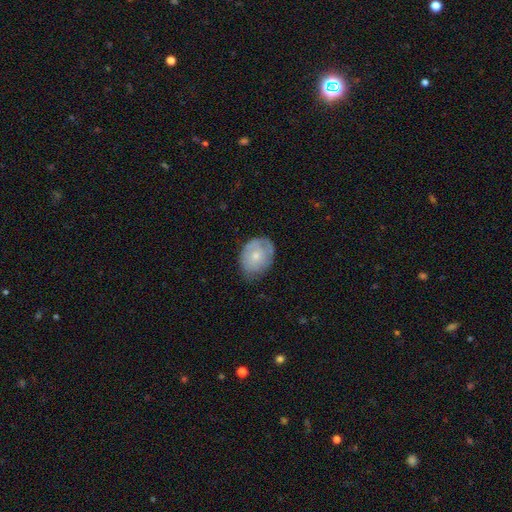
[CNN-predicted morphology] Q: Smooth or featured?
A: smooth (60%); runner-up: featured or disk (33%)
Q: How rounded?
A: in between (57%); runner-up: round (42%)
Q: Merging?
A: none (59%); runner-up: minor disturbance (31%)